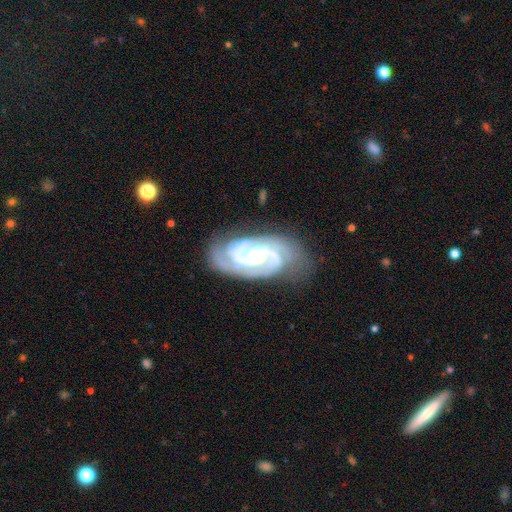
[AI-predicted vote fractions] This appears to be a featured or disk galaxy (91%) with no bar (53%), 2 (43%) tight (62%) spiral arms (98%) and a small central bulge (57%). Merging: none (75%).